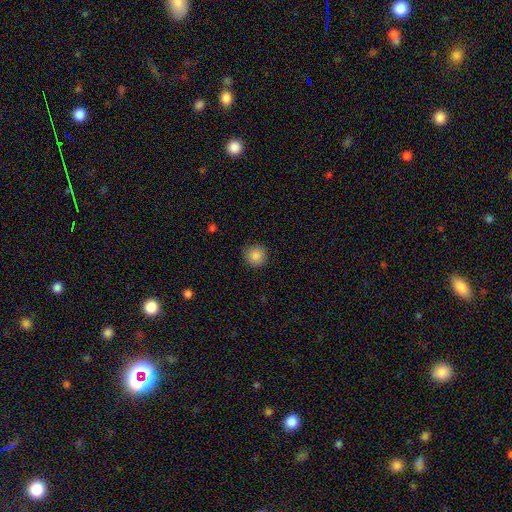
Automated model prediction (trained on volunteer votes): smooth 87%, star or artifact 9%, featured or disk 4%. Down the decision tree: how rounded — round (94%); merging — none (89%).